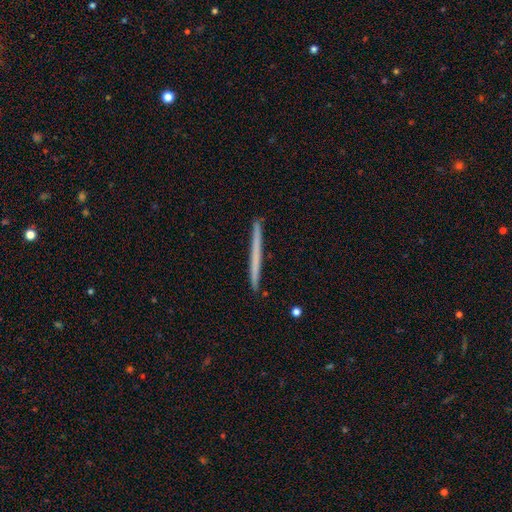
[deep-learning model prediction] Morphology: type=smooth (52%); roundness=cigar-shaped (97%); merging=none (93%).